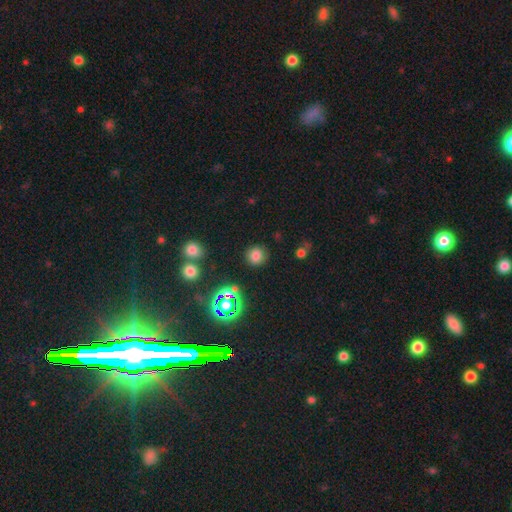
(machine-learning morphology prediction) Q: Smooth or featured?
A: smooth (74%); runner-up: star or artifact (19%)
Q: How rounded?
A: round (89%); runner-up: in between (10%)
Q: Merging?
A: none (85%); runner-up: minor disturbance (9%)